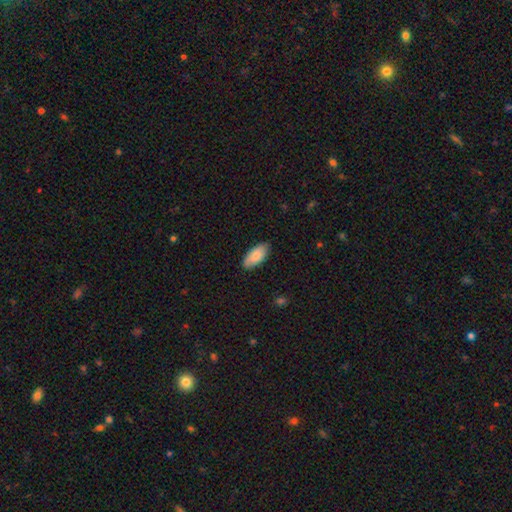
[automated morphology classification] A smooth galaxy with no disk features (86%) that is in between round and cigar-shaped (89%).

Vote fractions:
- Smooth or featured? smooth: 86% / featured or disk: 9% / star or artifact: 6%
- How rounded? in between: 89% / cigar-shaped: 9% / round: 2%
- Merging? none: 85% / minor disturbance: 12% / major disturbance: 2% / merger: 1%